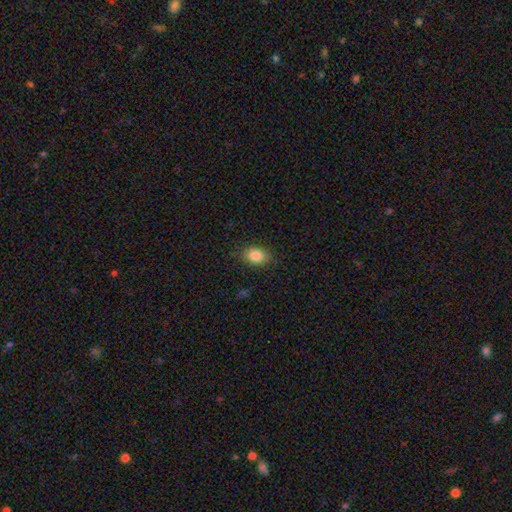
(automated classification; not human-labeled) smooth-or-featured: smooth: 85% | star or artifact: 9% | featured or disk: 7%
  how-rounded: in between: 77% | round: 21% | cigar-shaped: 1%
  merging: none: 85% | minor disturbance: 12% | major disturbance: 3% | merger: 1%